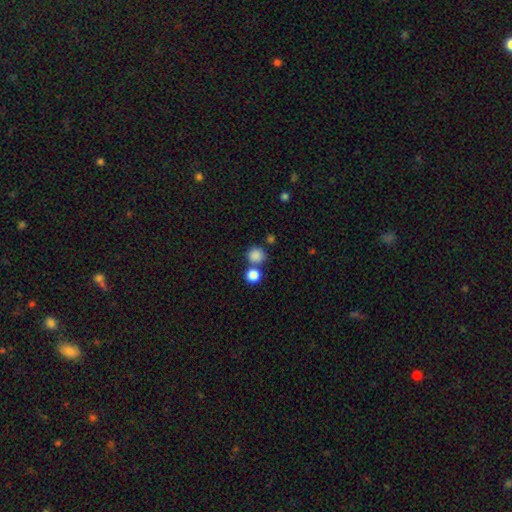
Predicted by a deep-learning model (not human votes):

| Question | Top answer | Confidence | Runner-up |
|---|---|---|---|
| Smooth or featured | smooth | 85% | star or artifact (11%) |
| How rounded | round | 91% | in between (8%) |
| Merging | none | 67% | merger (23%) |